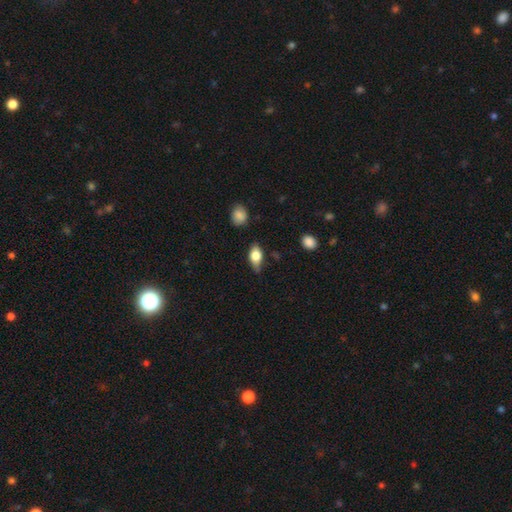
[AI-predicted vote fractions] A smooth galaxy with no disk features (74%) that is in between round and cigar-shaped (85%).

Vote fractions:
- Smooth or featured? smooth: 74% / featured or disk: 19% / star or artifact: 7%
- How rounded? in between: 85% / round: 8% / cigar-shaped: 7%
- Merging? none: 72% / minor disturbance: 22% / major disturbance: 4% / merger: 2%